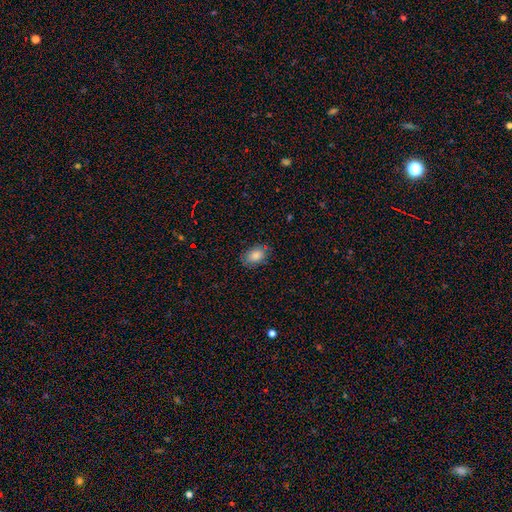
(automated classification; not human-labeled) Overall: smooth (83%). How rounded: in between (82%). Merging: none (78%).